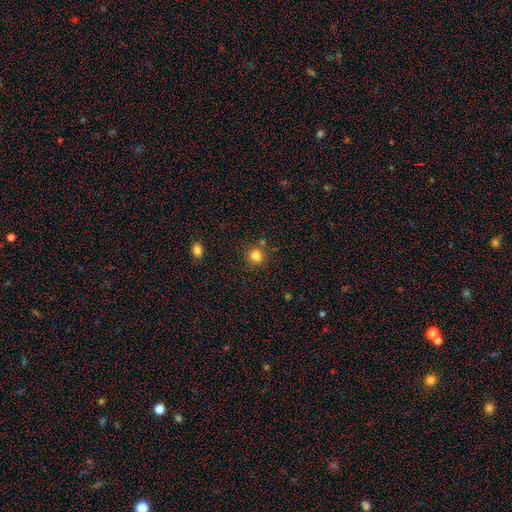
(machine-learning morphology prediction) Overall: smooth (83%). How rounded: round (86%). Merging: none (77%).